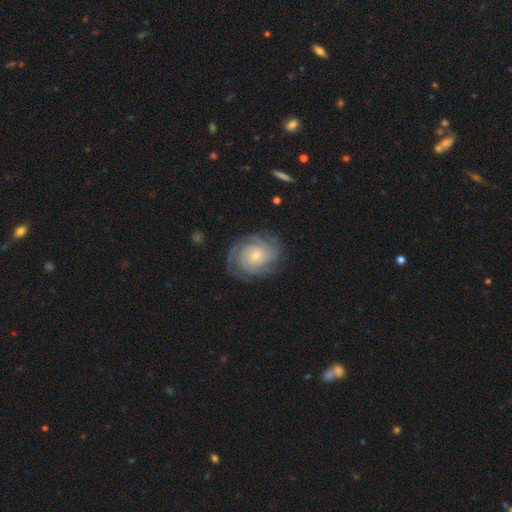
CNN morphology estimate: This appears to be a featured or disk galaxy (82%) with no bar (80%), tight (71%) spiral arms (96%) and a small central bulge (67%). Merging: none (78%).